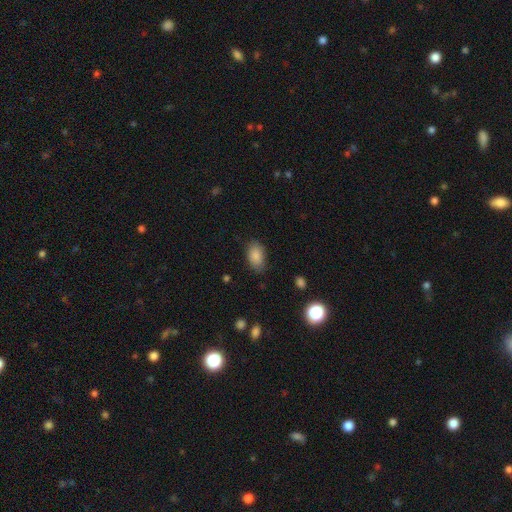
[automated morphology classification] smooth-or-featured: smooth: 86% | star or artifact: 8% | featured or disk: 6%
  how-rounded: in between: 92% | round: 6% | cigar-shaped: 2%
  merging: none: 80% | minor disturbance: 15% | major disturbance: 4% | merger: 1%